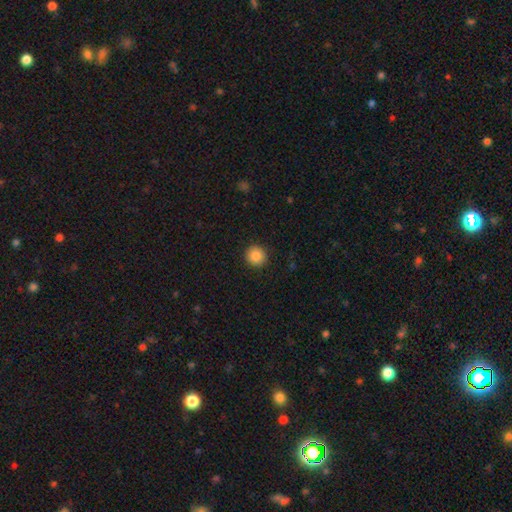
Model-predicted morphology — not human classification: Smooth or featured? Predicted: smooth (p=0.87). How rounded? Predicted: round (p=0.94). Merging? Predicted: none (p=0.92).